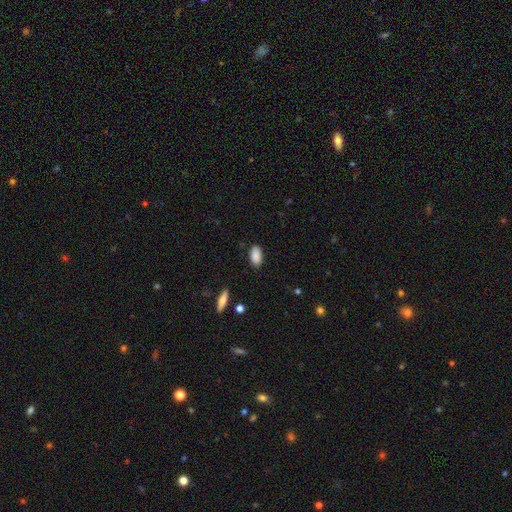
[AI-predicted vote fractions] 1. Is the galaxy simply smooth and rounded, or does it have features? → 89% smooth, 7% star or artifact, 4% featured or disk.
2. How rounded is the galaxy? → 92% in between, 4% cigar-shaped, 3% round.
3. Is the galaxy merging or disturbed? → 85% none, 11% minor disturbance, 2% major disturbance, 1% merger.